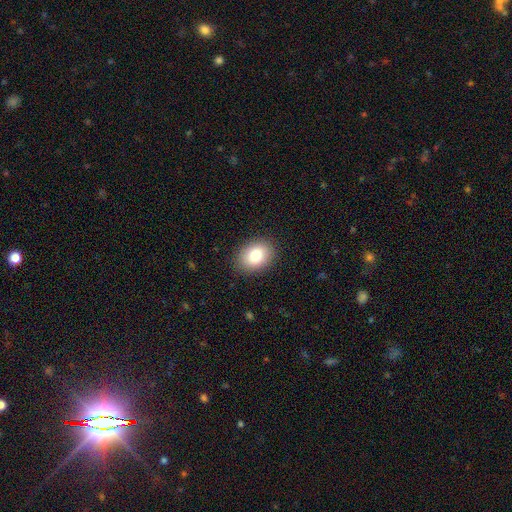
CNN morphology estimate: This is clearly a smooth galaxy (81%). How rounded: likely in between (70%). Merging: clearly none (87%).